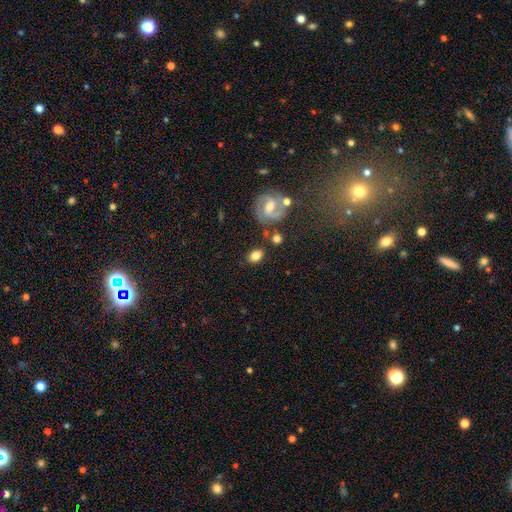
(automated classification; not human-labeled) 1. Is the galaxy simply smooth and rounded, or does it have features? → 75% smooth, 17% featured or disk, 8% star or artifact.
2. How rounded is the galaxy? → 75% in between, 23% round, 2% cigar-shaped.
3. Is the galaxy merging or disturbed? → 73% none, 14% minor disturbance, 8% merger, 5% major disturbance.